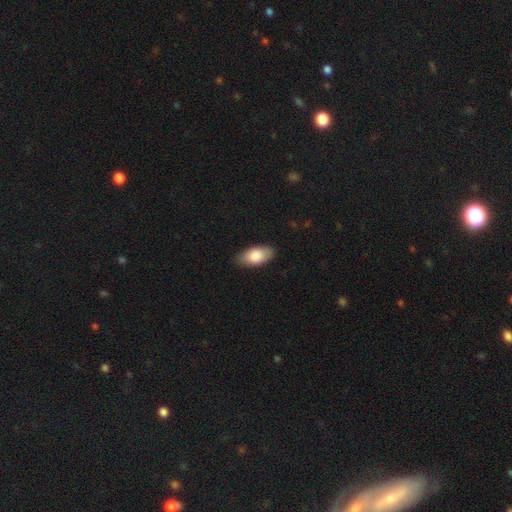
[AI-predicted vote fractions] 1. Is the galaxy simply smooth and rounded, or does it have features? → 83% smooth, 11% featured or disk, 6% star or artifact.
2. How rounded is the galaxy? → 93% in between, 4% cigar-shaped, 3% round.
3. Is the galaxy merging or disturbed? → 82% none, 14% minor disturbance, 2% major disturbance, 1% merger.